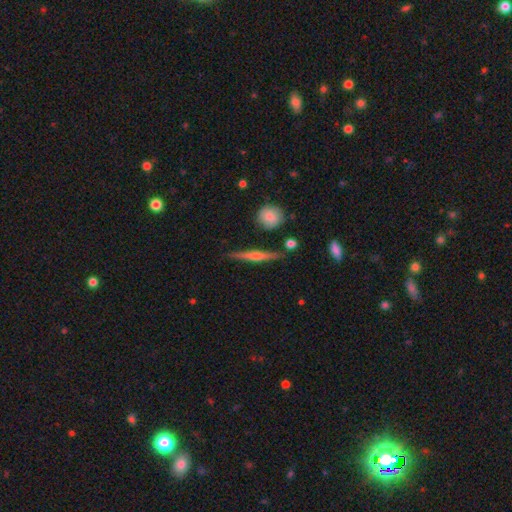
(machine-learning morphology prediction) Overall: featured or disk (73%). Edge-on disk: yes (98%). Edge-on bulge: rounded (79%). Merging: none (88%).